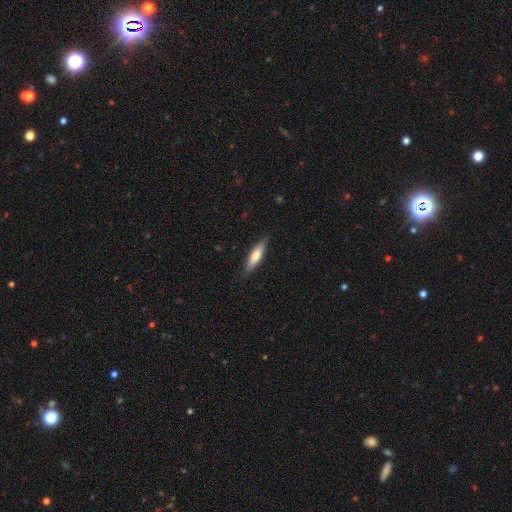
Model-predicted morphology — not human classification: Smooth or featured? Predicted: smooth (p=0.68). How rounded? Predicted: cigar-shaped (p=0.65). Merging? Predicted: none (p=0.84).